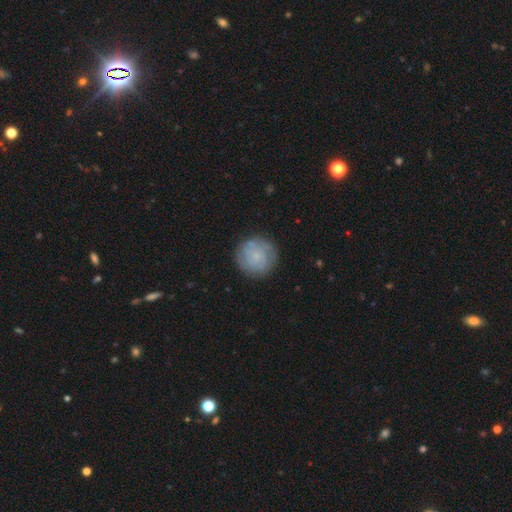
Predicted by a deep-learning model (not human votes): Smooth or featured?
  - featured or disk: 47% *
  - smooth: 46%
  - star or artifact: 8%
Merging?
  - none: 82% *
  - minor disturbance: 13%
  - major disturbance: 4%
  - merger: 1%